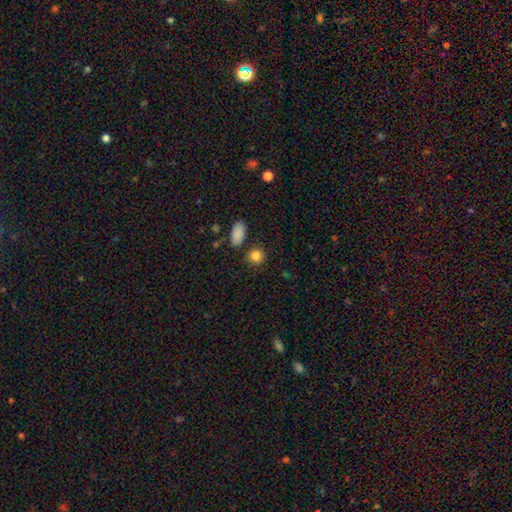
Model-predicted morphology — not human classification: Smooth or featured? Predicted: smooth (p=0.86). How rounded? Predicted: round (p=0.78). Merging? Predicted: none (p=0.82).